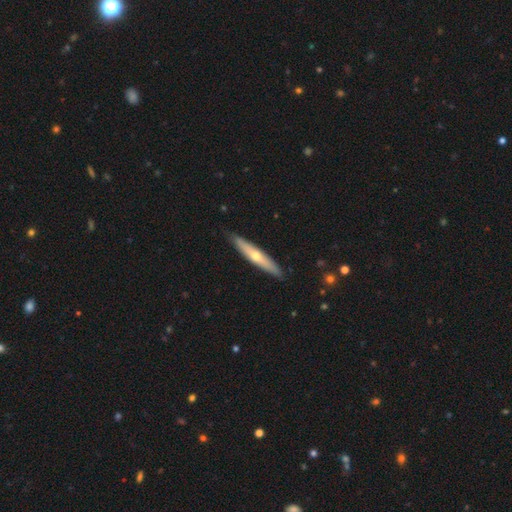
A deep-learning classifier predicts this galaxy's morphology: Q: Smooth or featured?
A: featured or disk (51%); runner-up: smooth (43%)
Q: Edge-on disk?
A: yes (85%); runner-up: no (15%)
Q: Merging?
A: none (87%); runner-up: minor disturbance (10%)